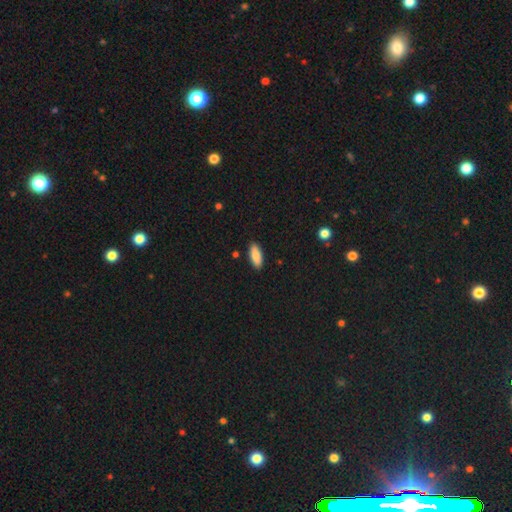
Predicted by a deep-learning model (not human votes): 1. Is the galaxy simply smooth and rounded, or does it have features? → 85% smooth, 9% featured or disk, 6% star or artifact.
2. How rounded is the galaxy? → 82% in between, 16% cigar-shaped, 2% round.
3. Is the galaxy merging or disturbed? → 88% none, 9% minor disturbance, 2% major disturbance, 1% merger.